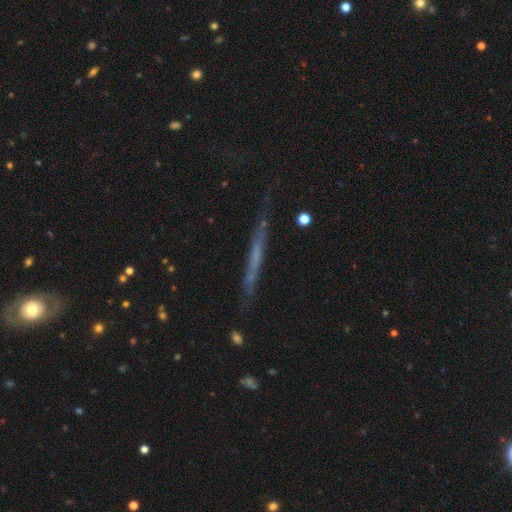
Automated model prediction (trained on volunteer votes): This is possibly a featured or disk galaxy (51%). It is clearly viewed edge-on (89%). Merging: likely none (72%).